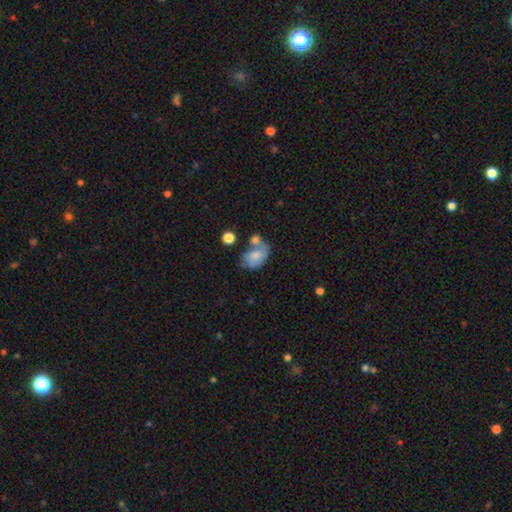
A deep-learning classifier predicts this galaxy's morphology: smooth-or-featured: smooth: 67% | featured or disk: 24% | star or artifact: 8%
  how-rounded: in between: 82% | round: 16% | cigar-shaped: 1%
  merging: merger: 36% | none: 28% | minor disturbance: 21% | major disturbance: 14%